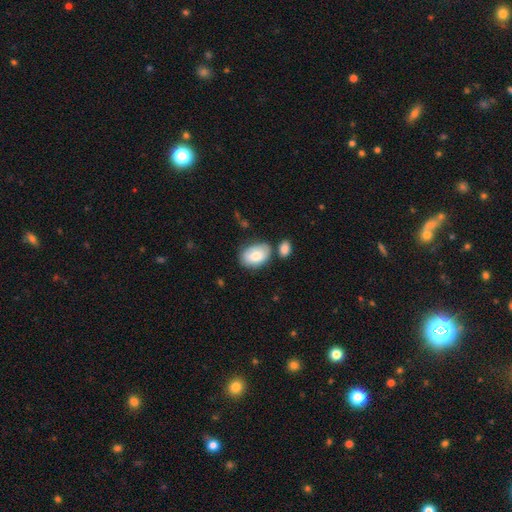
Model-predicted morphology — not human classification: A smooth galaxy with no disk features (78%) that is in between round and cigar-shaped (87%).

Vote fractions:
- Smooth or featured? smooth: 78% / featured or disk: 16% / star or artifact: 6%
- How rounded? in between: 87% / round: 12% / cigar-shaped: 1%
- Merging? none: 64% / minor disturbance: 19% / merger: 13% / major disturbance: 5%